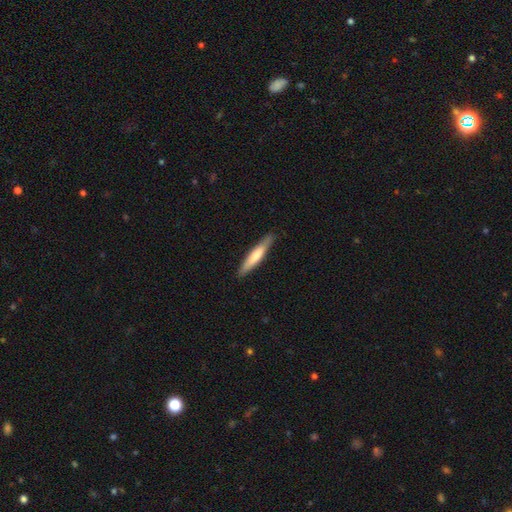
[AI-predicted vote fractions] The model was most divided on "smooth or featured": smooth: 65%, featured or disk: 30%, star or artifact: 5%. More confident: how rounded — cigar-shaped (92%); merging — none (88%).